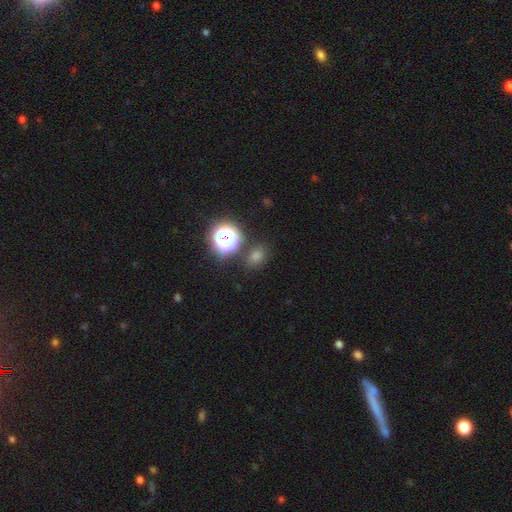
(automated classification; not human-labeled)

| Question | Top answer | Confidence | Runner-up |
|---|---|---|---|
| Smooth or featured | smooth | 60% | star or artifact (33%) |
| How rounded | round | 56% | in between (43%) |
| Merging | none | 80% | minor disturbance (10%) |